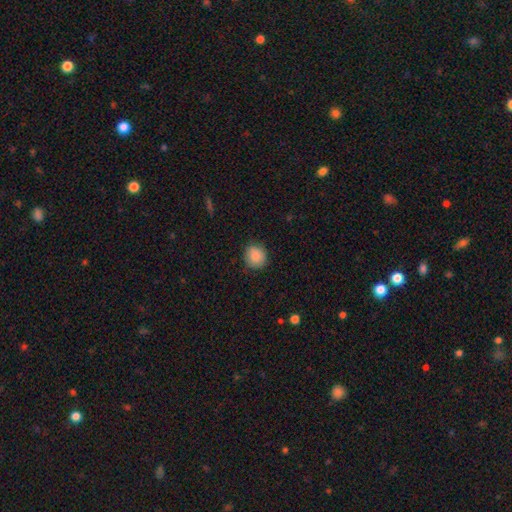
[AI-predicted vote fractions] The model was most divided on "merging": none: 86%, minor disturbance: 11%, major disturbance: 3%, merger: 1%. More confident: how rounded — round (87%); smooth or featured — smooth (87%).